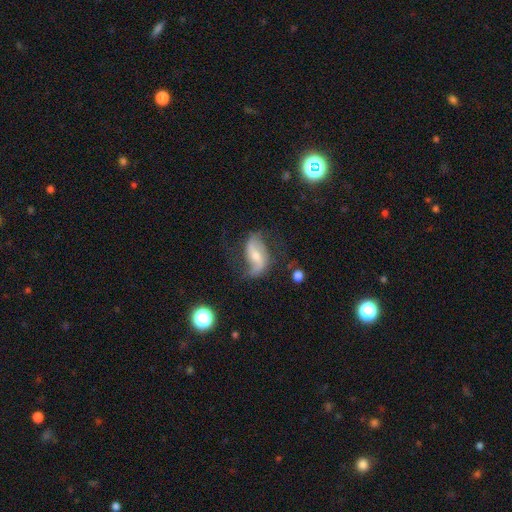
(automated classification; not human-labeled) This is likely a featured or disk galaxy (76%). It is clearly not viewed edge-on (95%). Bar: marginally weak (40%). Spiral arm pattern: clearly yes (91%). Spiral arm count: clearly 2 (87%). Spiral winding: likely loose (77%). Central bulge: possibly moderate (45%, tied with small). Merging: possibly none (60%).